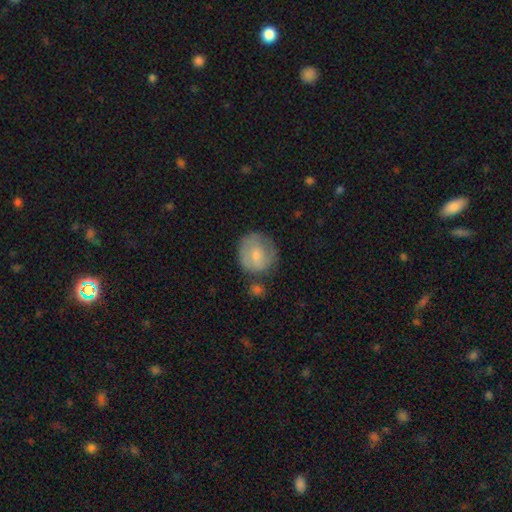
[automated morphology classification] Smooth or featured?
  - smooth: 61% *
  - featured or disk: 32%
  - star or artifact: 7%
How rounded?
  - round: 86% *
  - in between: 13%
  - cigar-shaped: 1%
Merging?
  - none: 63% *
  - minor disturbance: 21%
  - major disturbance: 8%
  - merger: 8%